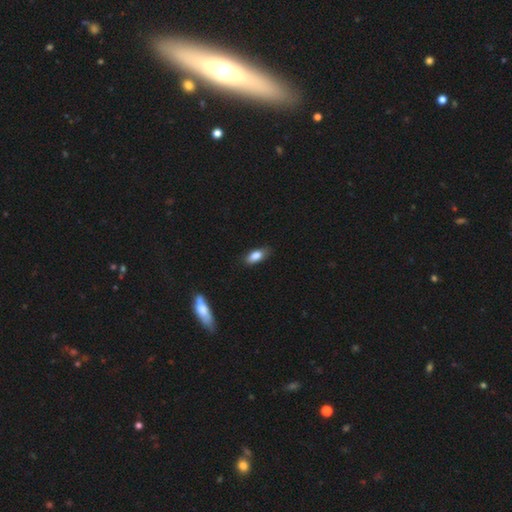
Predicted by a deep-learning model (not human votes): This is clearly a smooth galaxy (84%). How rounded: clearly in between (85%). Merging: likely none (76%).